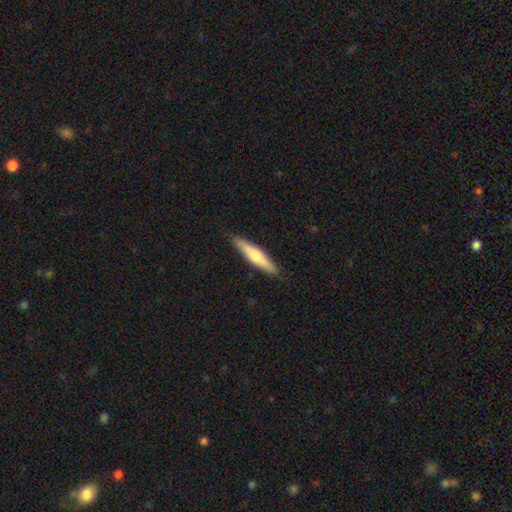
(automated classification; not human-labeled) A smooth galaxy with no disk features (58%) that is cigar-shaped (85%).

Vote fractions:
- Smooth or featured? smooth: 58% / featured or disk: 37% / star or artifact: 5%
- How rounded? cigar-shaped: 85% / in between: 13% / round: 2%
- Merging? none: 90% / minor disturbance: 8% / major disturbance: 2% / merger: 1%